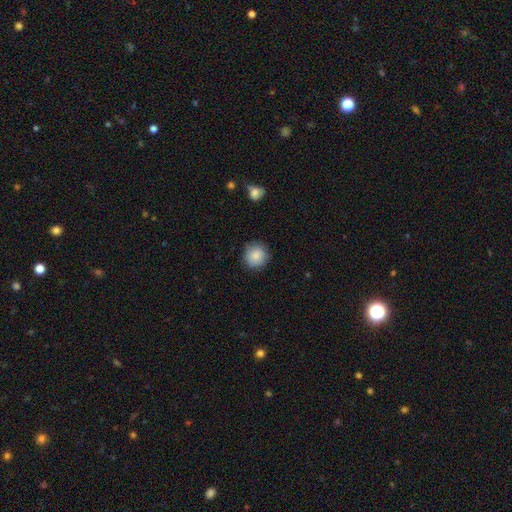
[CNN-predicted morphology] Smooth or featured? smooth (86%)
How rounded? round (91%)
Merging? none (86%)